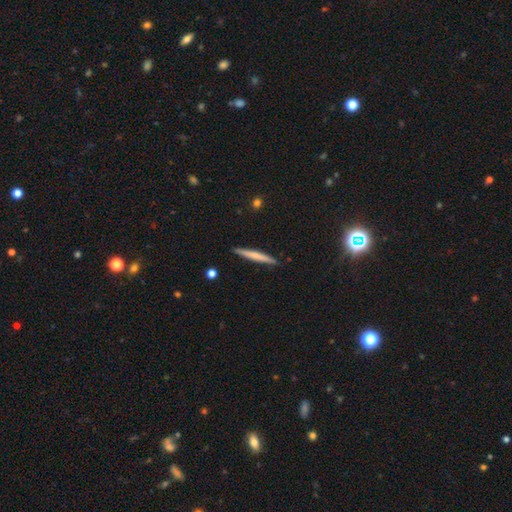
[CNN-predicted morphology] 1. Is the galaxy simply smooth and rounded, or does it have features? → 62% smooth, 33% featured or disk, 5% star or artifact.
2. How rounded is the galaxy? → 96% cigar-shaped, 2% in between, 1% round.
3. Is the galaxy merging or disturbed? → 91% none, 7% minor disturbance, 1% major disturbance, 1% merger.